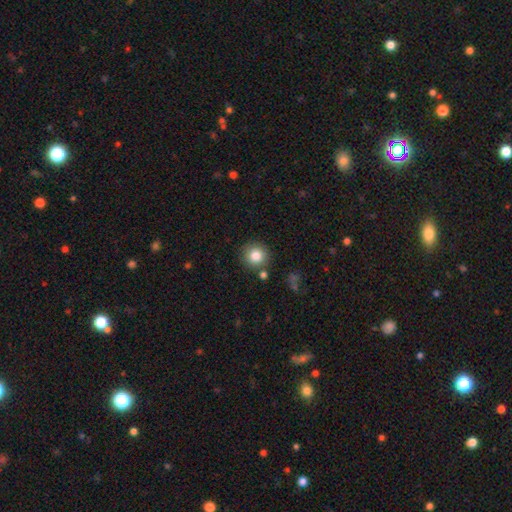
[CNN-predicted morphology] Overall: smooth (83%). How rounded: round (93%). Merging: none (84%).